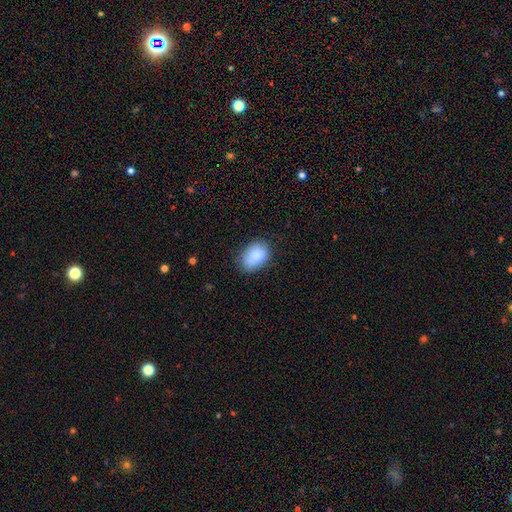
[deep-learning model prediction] This is clearly a smooth galaxy (88%). How rounded: clearly in between (82%). Merging: likely none (73%).